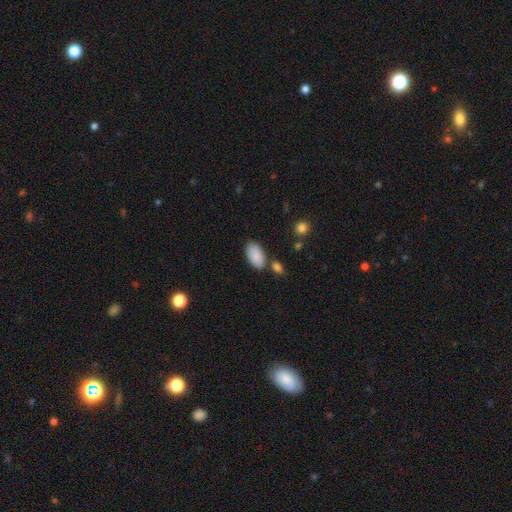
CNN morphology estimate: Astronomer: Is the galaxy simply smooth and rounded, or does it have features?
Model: smooth — 88%.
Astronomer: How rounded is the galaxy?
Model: in between — 95%.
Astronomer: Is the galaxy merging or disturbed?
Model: none — 74%.